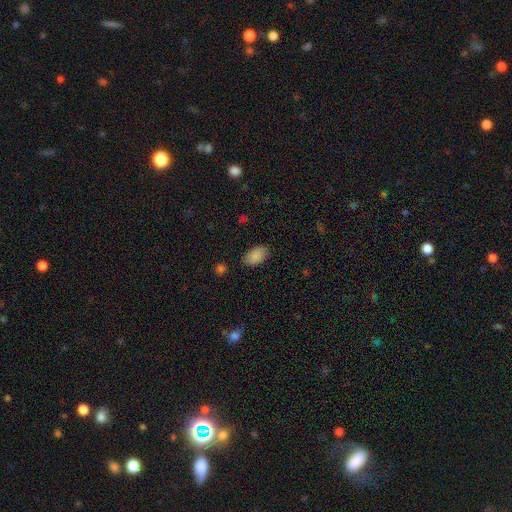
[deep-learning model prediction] Morphology: type=smooth (88%); roundness=in between (94%); merging=none (84%).